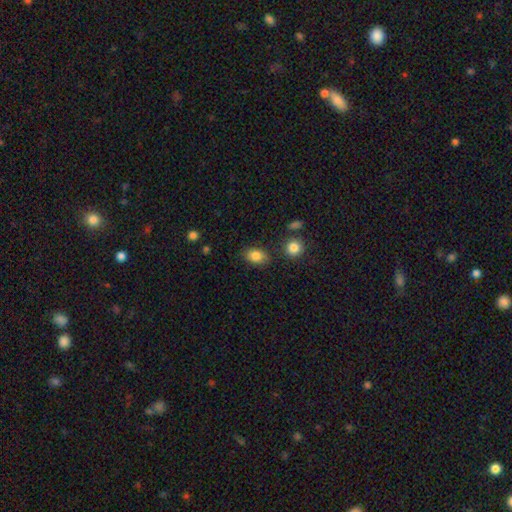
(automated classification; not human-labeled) smooth 85%, star or artifact 9%, featured or disk 6%. Down the decision tree: how rounded — in between (76%); merging — none (79%).